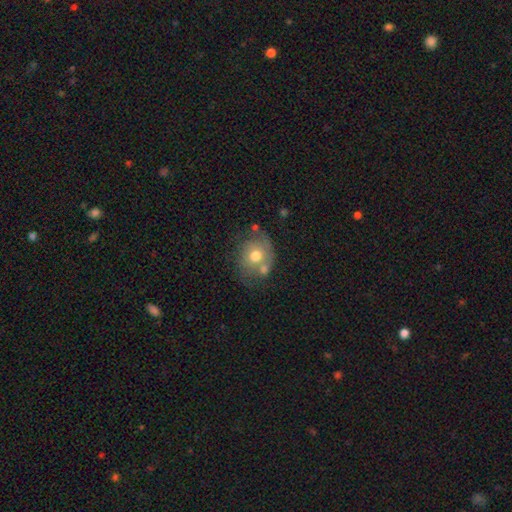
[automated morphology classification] smooth 60%, featured or disk 31%, star or artifact 9%. Down the decision tree: how rounded — round (63%); merging — none (46%).